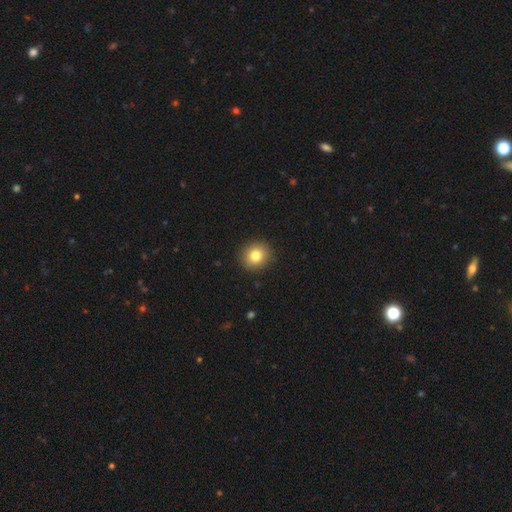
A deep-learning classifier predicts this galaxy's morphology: smooth-or-featured: smooth: 81% | star or artifact: 10% | featured or disk: 8%
  how-rounded: round: 87% | in between: 12% | cigar-shaped: 1%
  merging: none: 92% | minor disturbance: 5% | major disturbance: 2% | merger: 1%